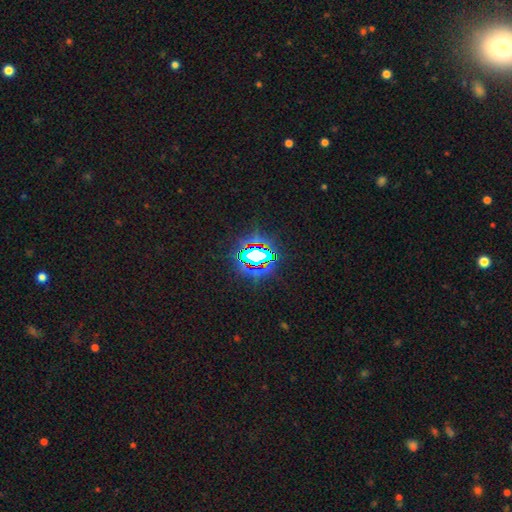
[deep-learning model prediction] Smooth or featured? star or artifact (75%)